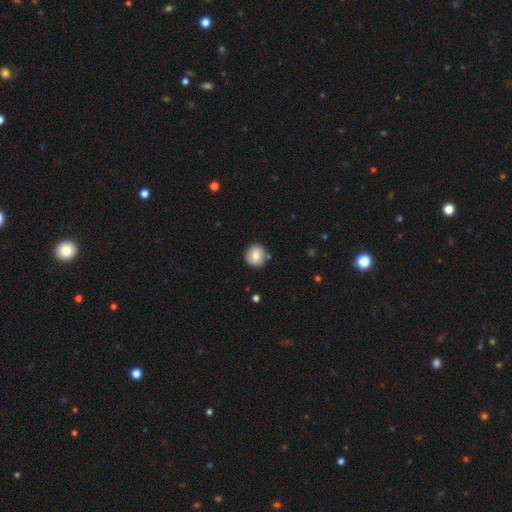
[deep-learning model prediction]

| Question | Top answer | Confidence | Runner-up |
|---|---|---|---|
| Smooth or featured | smooth | 64% | featured or disk (28%) |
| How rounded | round | 86% | in between (13%) |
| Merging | none | 82% | minor disturbance (11%) |